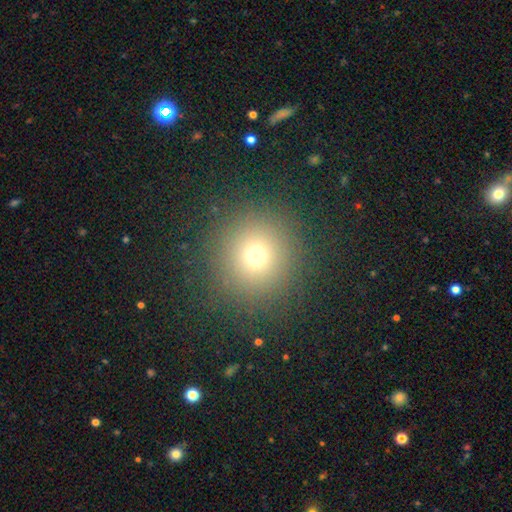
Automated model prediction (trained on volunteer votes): Smooth or featured?
  - smooth: 70% *
  - star or artifact: 20%
  - featured or disk: 9%
How rounded?
  - round: 95% *
  - in between: 4%
  - cigar-shaped: 1%
Merging?
  - none: 89% *
  - minor disturbance: 6%
  - major disturbance: 3%
  - merger: 1%